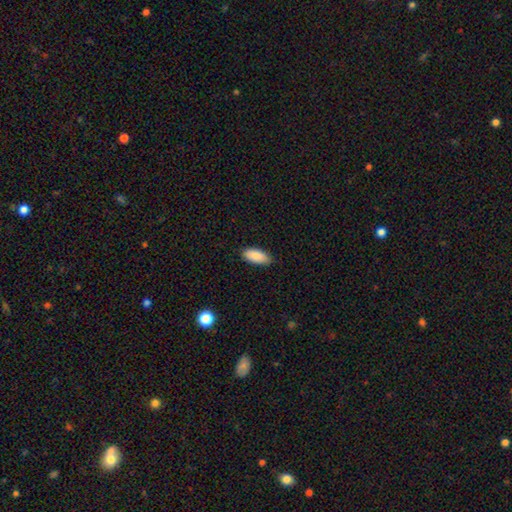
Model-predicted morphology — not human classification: Q: Smooth or featured?
A: smooth (89%); runner-up: star or artifact (6%)
Q: How rounded?
A: in between (89%); runner-up: cigar-shaped (9%)
Q: Merging?
A: none (84%); runner-up: minor disturbance (13%)